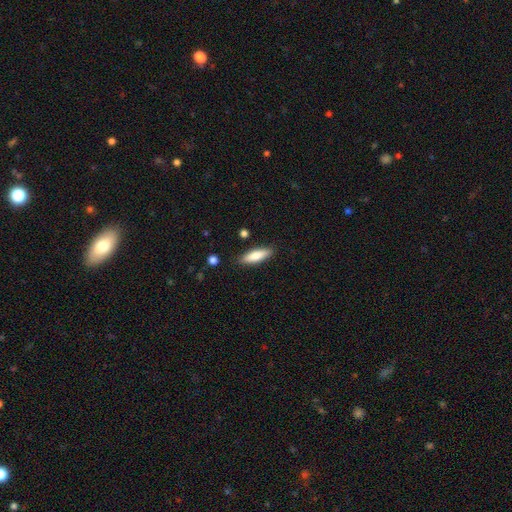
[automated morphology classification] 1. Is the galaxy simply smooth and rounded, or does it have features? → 76% smooth, 18% featured or disk, 6% star or artifact.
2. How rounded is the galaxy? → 55% cigar-shaped, 43% in between, 2% round.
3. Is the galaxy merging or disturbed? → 86% none, 10% minor disturbance, 2% major disturbance, 2% merger.